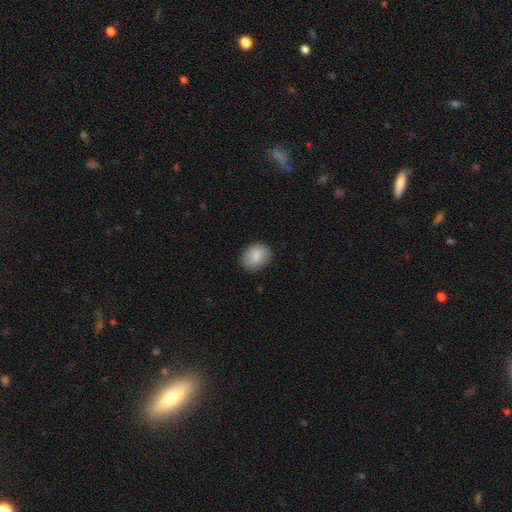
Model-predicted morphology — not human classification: Overall: smooth (87%). How rounded: in between (50%; round 49%). Merging: none (86%).